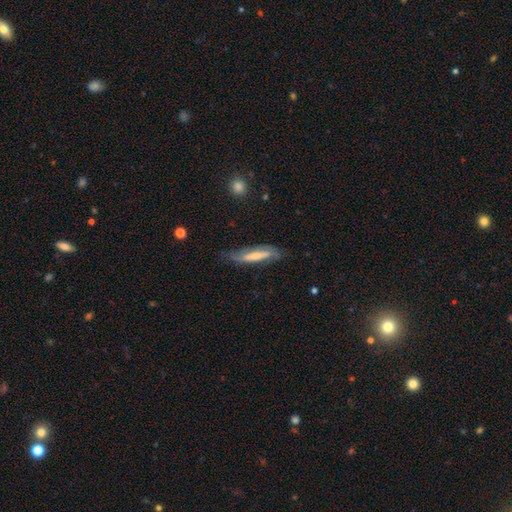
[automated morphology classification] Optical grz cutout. It shows a featured or disk galaxy (53%) viewed edge-on (51%). Merging: none (62%).